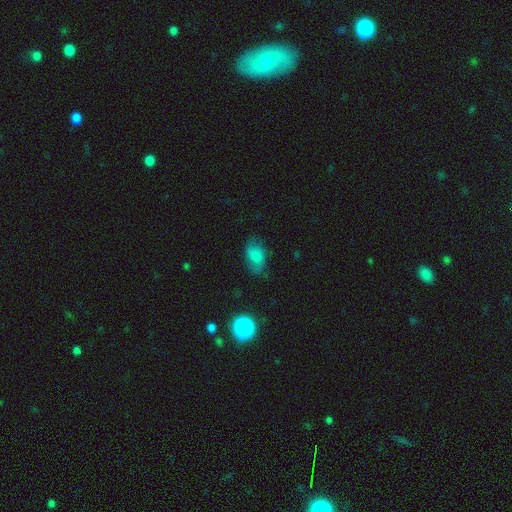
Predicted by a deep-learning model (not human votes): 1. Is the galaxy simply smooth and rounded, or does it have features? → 67% smooth, 21% featured or disk, 11% star or artifact.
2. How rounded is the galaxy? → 84% in between, 14% round, 2% cigar-shaped.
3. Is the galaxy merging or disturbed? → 64% none, 25% minor disturbance, 10% major disturbance, 2% merger.